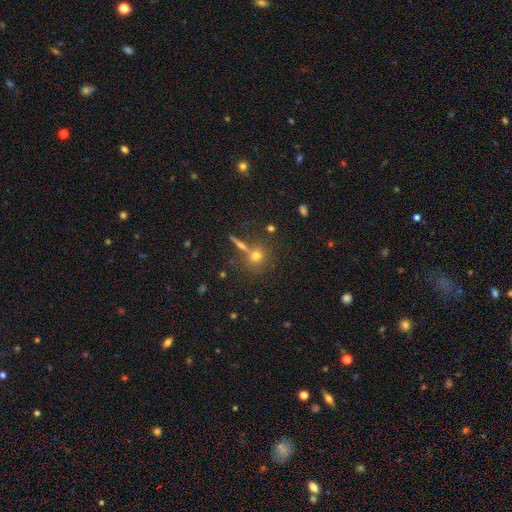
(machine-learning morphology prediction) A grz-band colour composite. It shows a smooth galaxy with no disk features (62%) that is round (85%). Merging: none (66%).